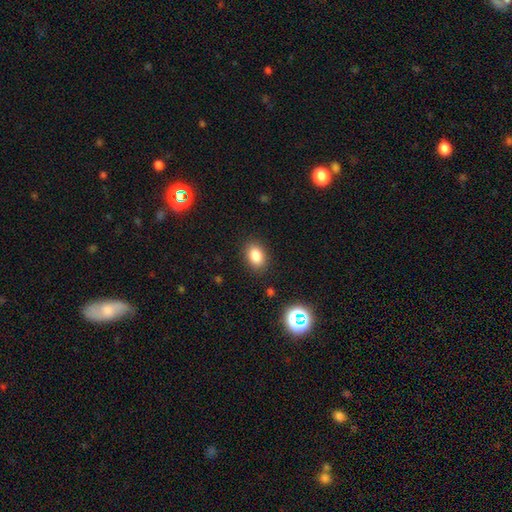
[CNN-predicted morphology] smooth_or_featured: smooth (p=0.83) [alt: star or artifact p=0.11]
how_rounded: in between (p=0.76) [alt: round p=0.23]
merging: none (p=0.87) [alt: minor disturbance p=0.09]